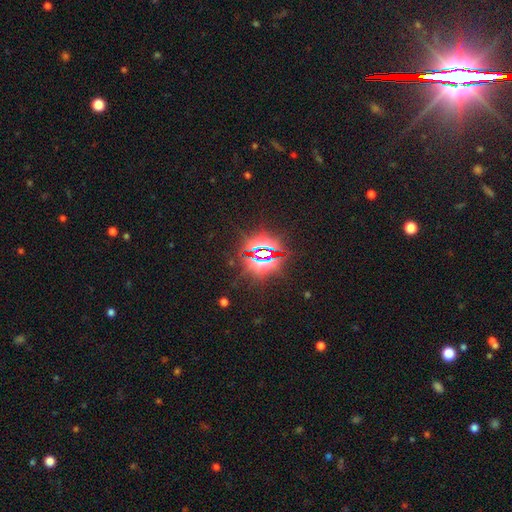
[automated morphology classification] Overall: star or artifact (83%).